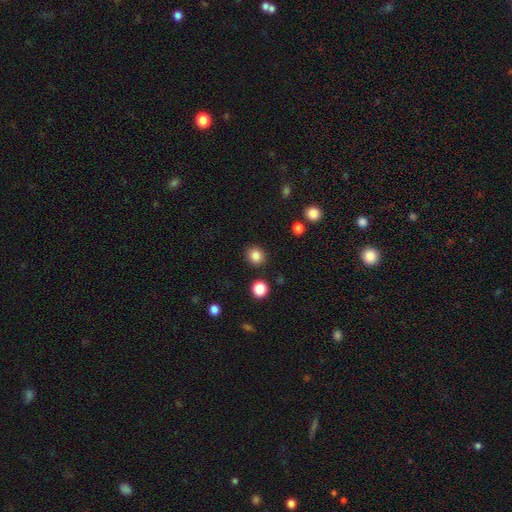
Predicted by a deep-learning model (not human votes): Smooth or featured? Predicted: smooth (p=0.85). How rounded? Predicted: round (p=0.87). Merging? Predicted: none (p=0.90).